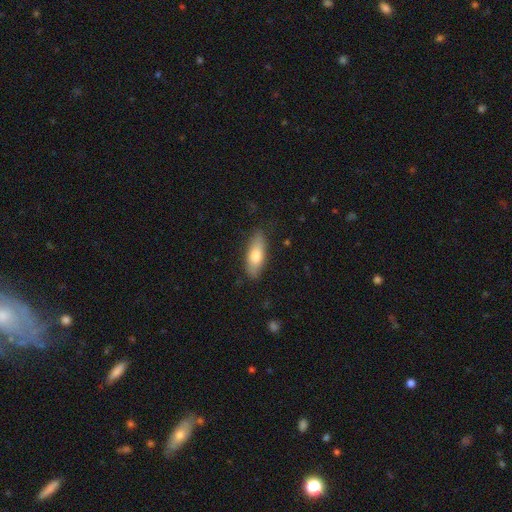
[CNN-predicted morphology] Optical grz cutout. It shows a smooth galaxy with no disk features (74%) that is in between round and cigar-shaped (67%). Merging: none (82%).